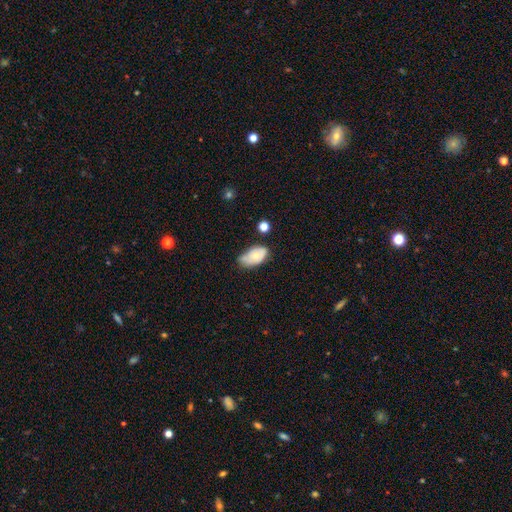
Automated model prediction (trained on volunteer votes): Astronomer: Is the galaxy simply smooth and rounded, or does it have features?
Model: smooth — 61%.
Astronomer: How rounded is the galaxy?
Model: in between — 91%.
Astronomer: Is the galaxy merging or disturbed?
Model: none — 43% (runner-up: minor disturbance, 40%).